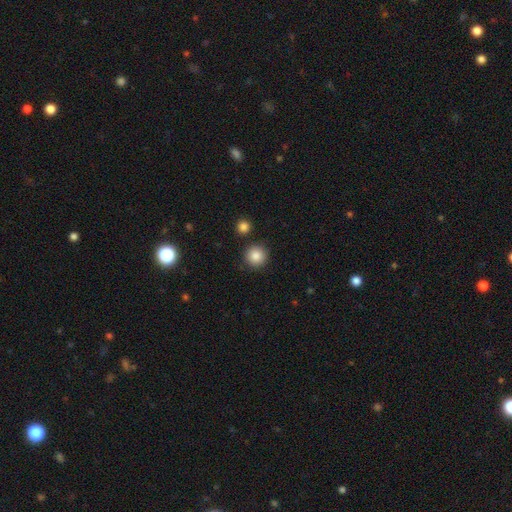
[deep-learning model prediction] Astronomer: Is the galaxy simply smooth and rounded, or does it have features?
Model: smooth — 87%.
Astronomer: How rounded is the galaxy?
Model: round — 95%.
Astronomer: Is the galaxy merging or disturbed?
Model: none — 88%.